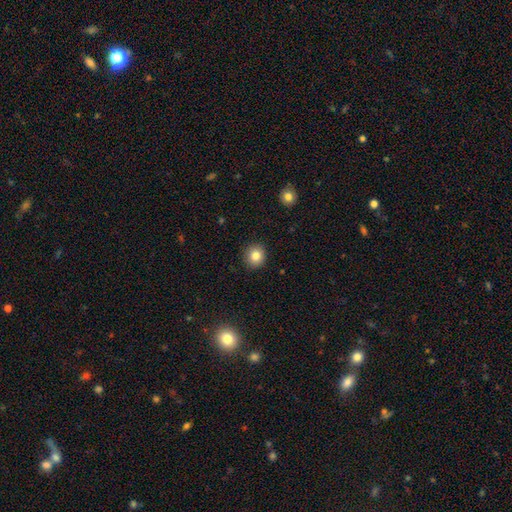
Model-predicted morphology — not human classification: A smooth galaxy with no disk features (82%) that is round (89%).

Vote fractions:
- Smooth or featured? smooth: 82% / star or artifact: 10% / featured or disk: 8%
- How rounded? round: 89% / in between: 10% / cigar-shaped: 1%
- Merging? none: 91% / minor disturbance: 6% / major disturbance: 2% / merger: 1%